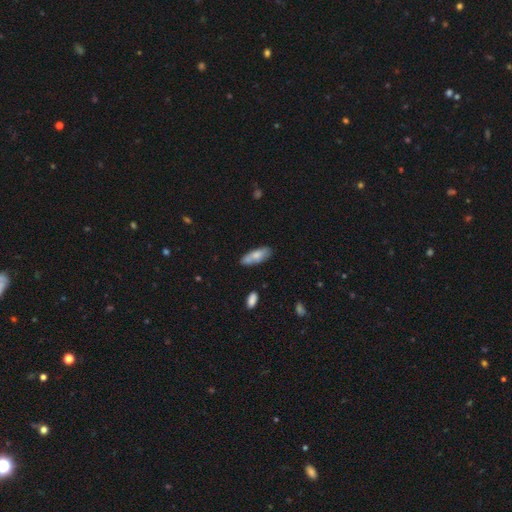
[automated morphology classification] smooth 69%, featured or disk 24%, star or artifact 6%. Down the decision tree: how rounded — in between (63%); merging — none (64%).